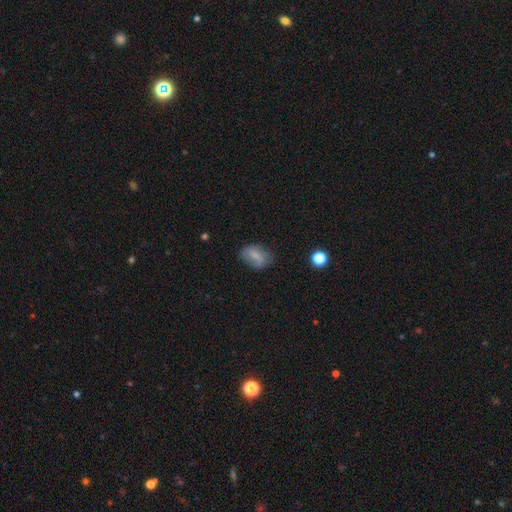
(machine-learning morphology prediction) Q: Smooth or featured?
A: smooth (69%); runner-up: featured or disk (21%)
Q: How rounded?
A: in between (81%); runner-up: round (17%)
Q: Merging?
A: none (59%); runner-up: minor disturbance (28%)